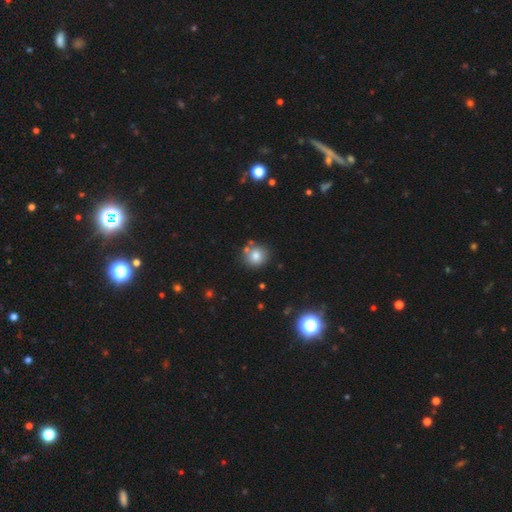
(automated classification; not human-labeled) Q: Smooth or featured?
A: smooth (79%); runner-up: star or artifact (11%)
Q: How rounded?
A: round (88%); runner-up: in between (11%)
Q: Merging?
A: none (74%); runner-up: merger (12%)